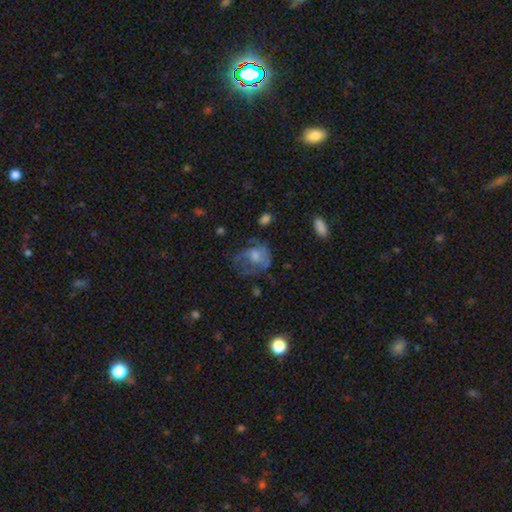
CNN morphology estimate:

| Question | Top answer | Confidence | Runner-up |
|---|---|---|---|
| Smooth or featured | featured or disk | 46% | smooth (42%) |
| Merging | none | 42% | major disturbance (31%) |